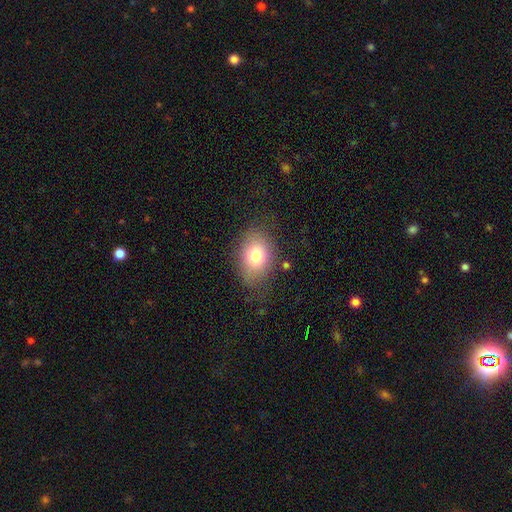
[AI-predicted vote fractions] Overall: smooth (77%). How rounded: in between (73%). Merging: none (71%).